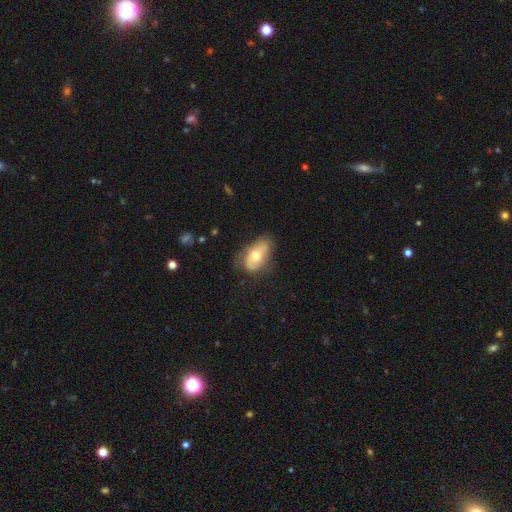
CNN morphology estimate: This is possibly a smooth galaxy (59%). How rounded: clearly in between (90%). Merging: possibly none (60%).